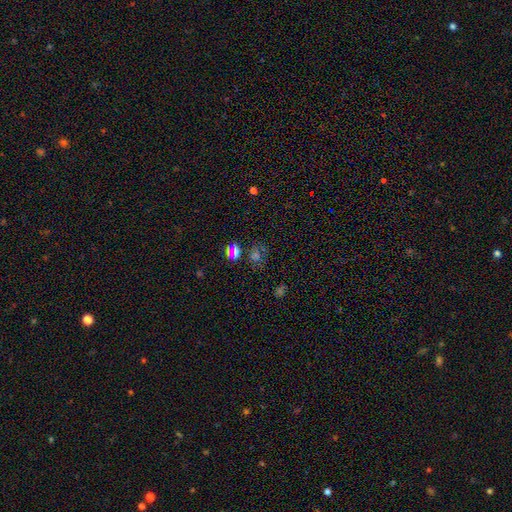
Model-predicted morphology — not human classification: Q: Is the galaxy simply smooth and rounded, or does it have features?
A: star or artifact — 48%.